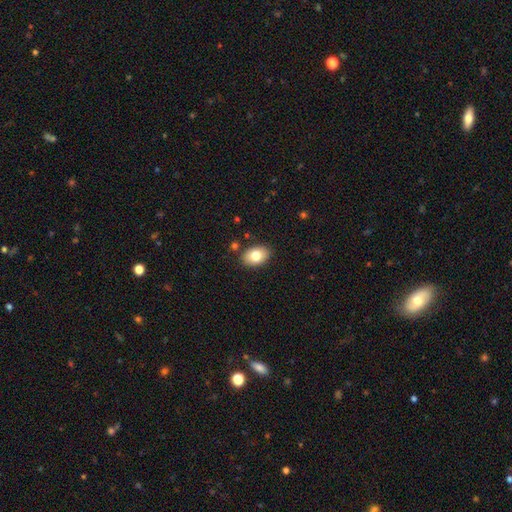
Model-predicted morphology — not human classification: smooth-or-featured: smooth: 80% | featured or disk: 13% | star or artifact: 8%
  how-rounded: in between: 83% | round: 15% | cigar-shaped: 1%
  merging: none: 86% | minor disturbance: 9% | merger: 2% | major disturbance: 2%